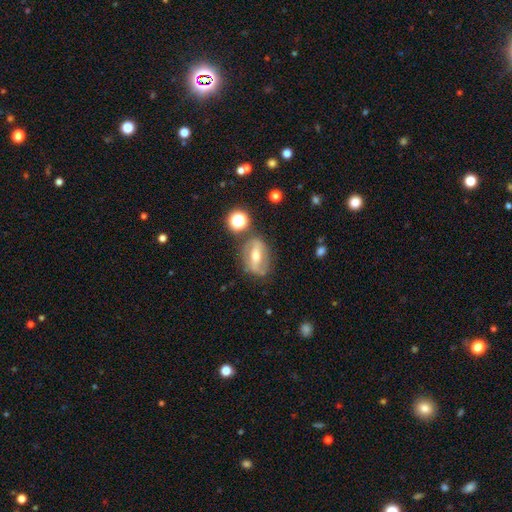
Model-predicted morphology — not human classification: featured or disk 65%, smooth 25%, star or artifact 10%. Down the decision tree: edge-on disk — no (82%); bar — strong (62%); spiral arms — no (53%); bulge size — moderate (66%); merging — none (72%).